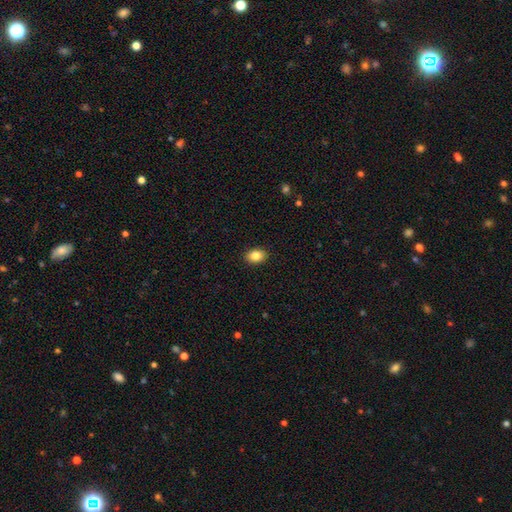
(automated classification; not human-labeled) A smooth galaxy with no disk features (85%) that is in between round and cigar-shaped (76%). Merging: none (91%).